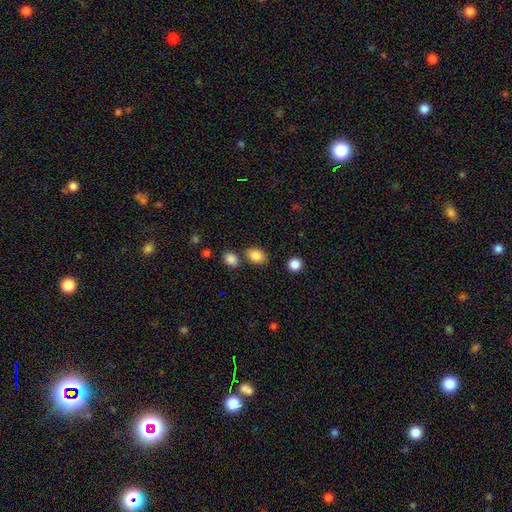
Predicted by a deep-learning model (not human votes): Q: Smooth or featured?
A: smooth (85%); runner-up: star or artifact (10%)
Q: How rounded?
A: in between (70%); runner-up: round (29%)
Q: Merging?
A: none (73%); runner-up: merger (12%)